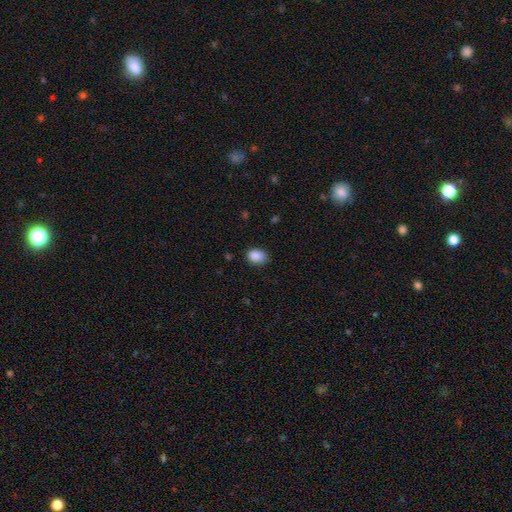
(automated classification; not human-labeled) Q: Smooth or featured?
A: smooth (88%); runner-up: star or artifact (9%)
Q: How rounded?
A: in between (63%); runner-up: round (36%)
Q: Merging?
A: none (78%); runner-up: minor disturbance (18%)